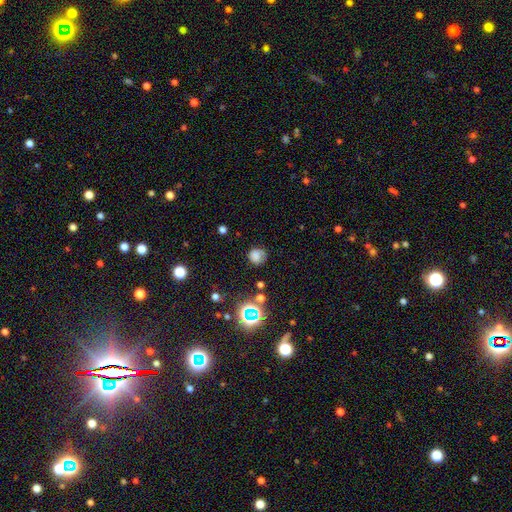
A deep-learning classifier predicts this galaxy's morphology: type=smooth (68%); roundness=round (81%); merging=none (65%).